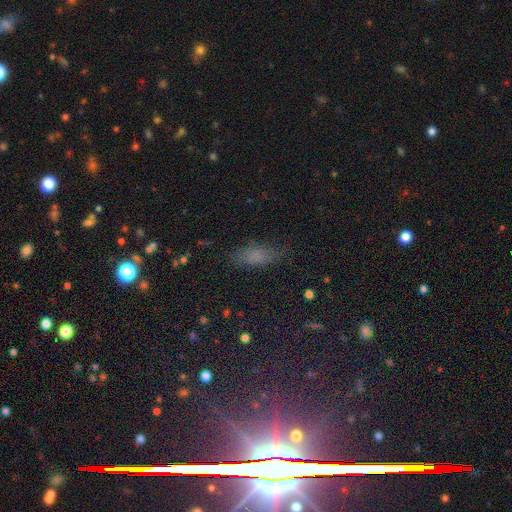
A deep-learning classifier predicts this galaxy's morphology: Smooth or featured: smooth — 69% (star or artifact — 18%)
How rounded: in between — 75% (cigar-shaped — 21%)
Merging: none — 73% (minor disturbance — 19%)